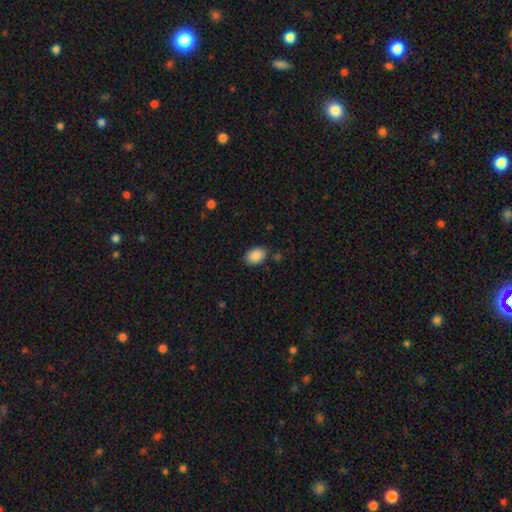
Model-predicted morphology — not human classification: Smooth or featured? Predicted: smooth (p=0.89). How rounded? Predicted: in between (p=0.79). Merging? Predicted: none (p=0.84).